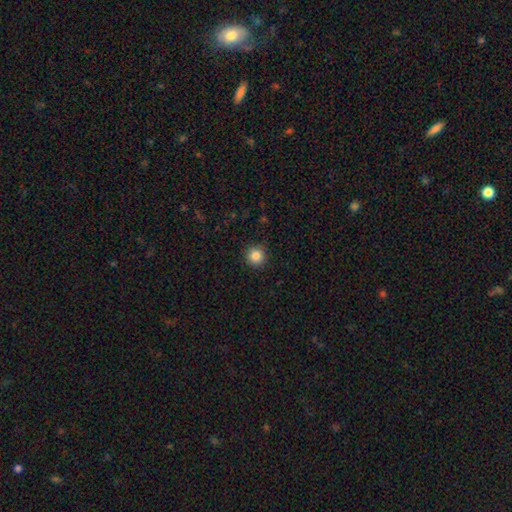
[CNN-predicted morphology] Smooth or featured? smooth (85%)
How rounded? round (95%)
Merging? none (92%)